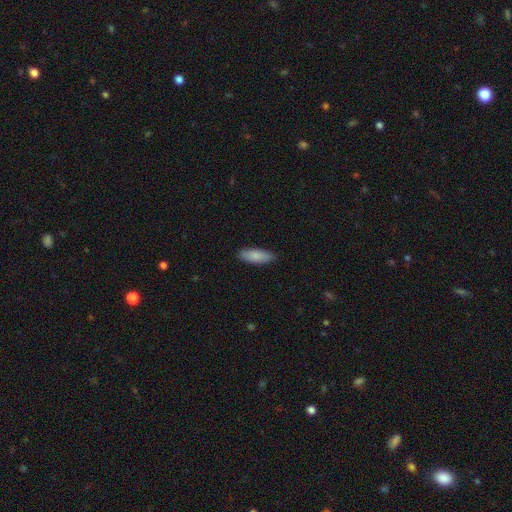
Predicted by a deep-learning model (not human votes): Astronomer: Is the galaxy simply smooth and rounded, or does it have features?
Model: smooth — 85%.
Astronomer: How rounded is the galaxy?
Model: in between — 63%.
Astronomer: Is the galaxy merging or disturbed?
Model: none — 86%.